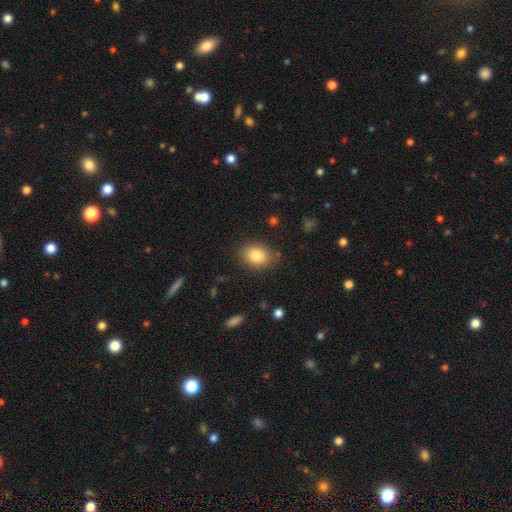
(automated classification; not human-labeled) A smooth galaxy with no disk features (83%) that is in between round and cigar-shaped (63%).

Vote fractions:
- Smooth or featured? smooth: 83% / star or artifact: 9% / featured or disk: 8%
- How rounded? in between: 63% / round: 36% / cigar-shaped: 1%
- Merging? none: 84% / minor disturbance: 12% / major disturbance: 3% / merger: 2%